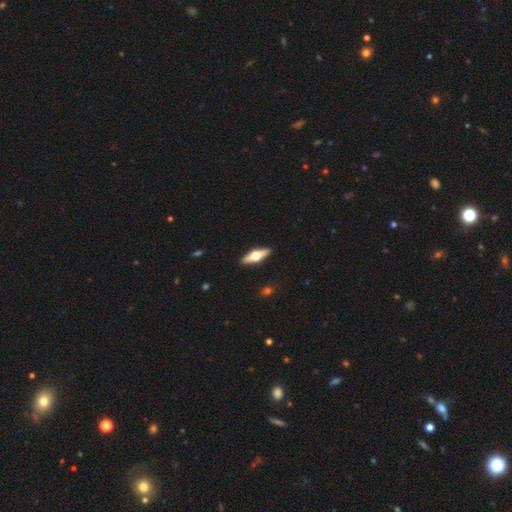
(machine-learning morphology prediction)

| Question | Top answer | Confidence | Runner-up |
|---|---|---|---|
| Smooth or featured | featured or disk | 59% | smooth (36%) |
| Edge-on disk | yes | 91% | no (9%) |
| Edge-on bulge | rounded | 96% | boxy (3%) |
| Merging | none | 90% | minor disturbance (7%) |